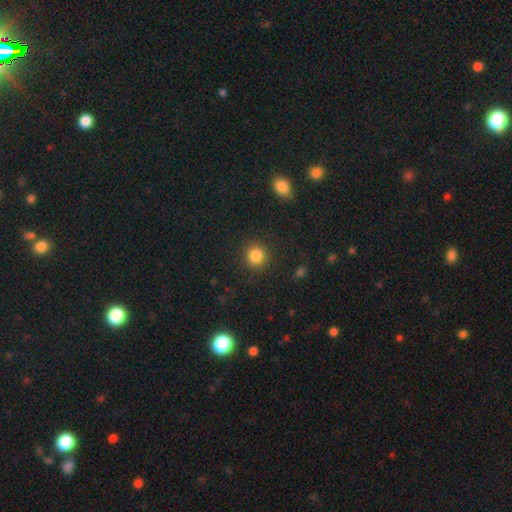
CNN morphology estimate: Q: Smooth or featured?
A: smooth (85%); runner-up: star or artifact (11%)
Q: How rounded?
A: round (91%); runner-up: in between (8%)
Q: Merging?
A: none (90%); runner-up: minor disturbance (6%)